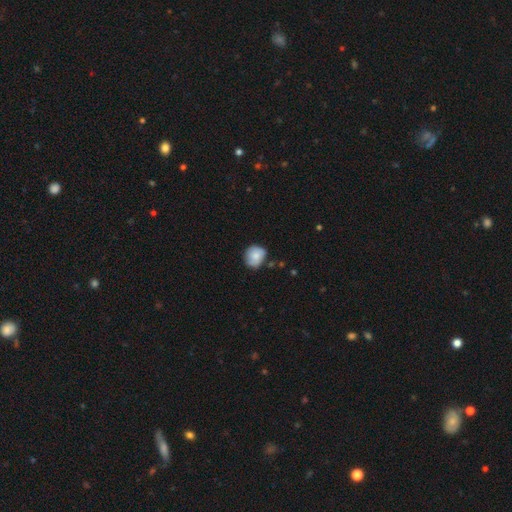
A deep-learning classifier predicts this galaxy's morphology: type=smooth (78%); roundness=round (76%); merging=none (64%).